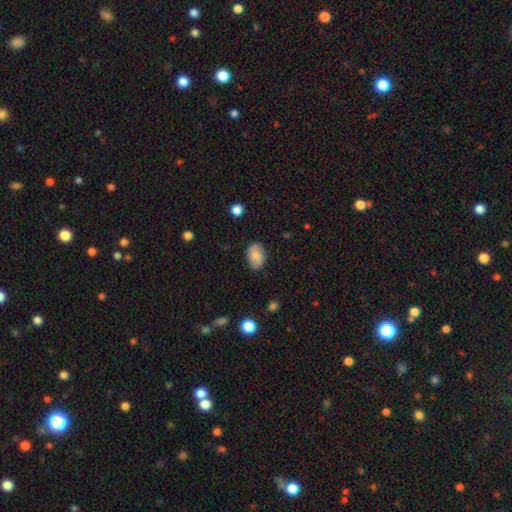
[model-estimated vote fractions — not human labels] Smooth or featured? smooth (75%)
How rounded? in between (89%)
Merging? none (77%)